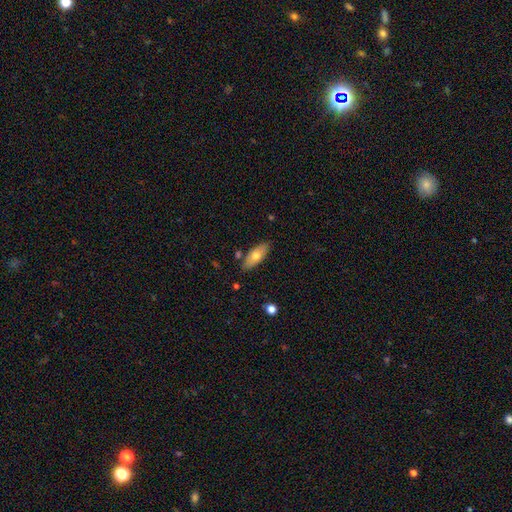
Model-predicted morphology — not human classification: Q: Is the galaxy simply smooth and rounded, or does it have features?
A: smooth — 70%.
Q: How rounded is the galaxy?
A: in between — 80%.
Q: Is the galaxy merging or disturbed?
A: none — 82%.